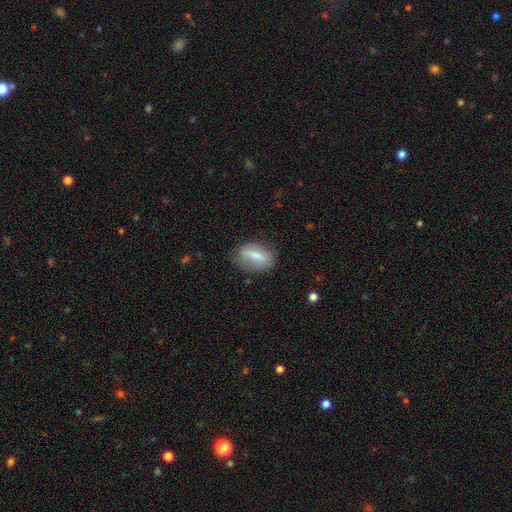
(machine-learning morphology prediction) A smooth galaxy with no disk features (67%) that is in between round and cigar-shaped (77%). Merging: none (75%).